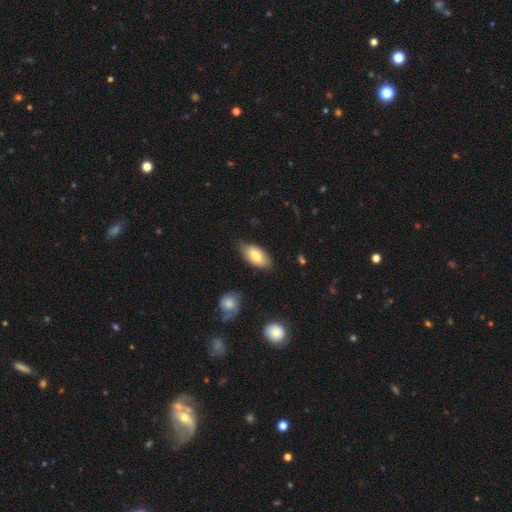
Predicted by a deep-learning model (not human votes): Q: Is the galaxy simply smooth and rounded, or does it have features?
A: smooth — 75%.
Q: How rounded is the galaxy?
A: in between — 92%.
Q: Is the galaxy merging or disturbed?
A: none — 75%.